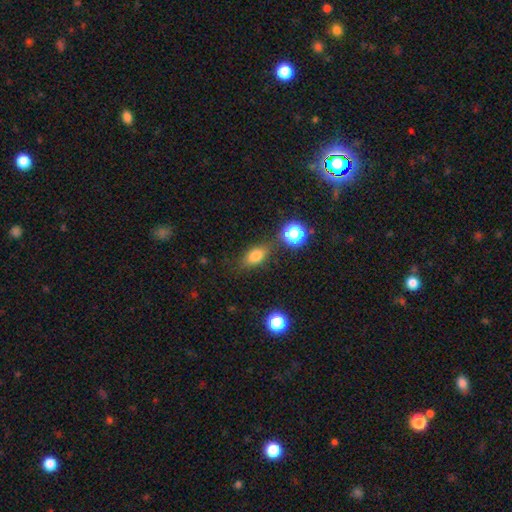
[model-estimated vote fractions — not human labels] Smooth or featured?
  - smooth: 75% *
  - star or artifact: 14%
  - featured or disk: 12%
How rounded?
  - in between: 76% *
  - round: 15%
  - cigar-shaped: 9%
Merging?
  - none: 74% *
  - minor disturbance: 15%
  - merger: 6%
  - major disturbance: 5%